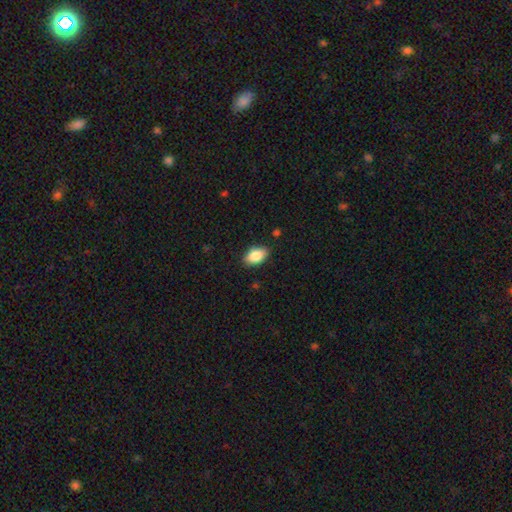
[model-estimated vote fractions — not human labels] This is clearly a smooth galaxy (84%). How rounded: clearly in between (91%). Merging: clearly none (86%).